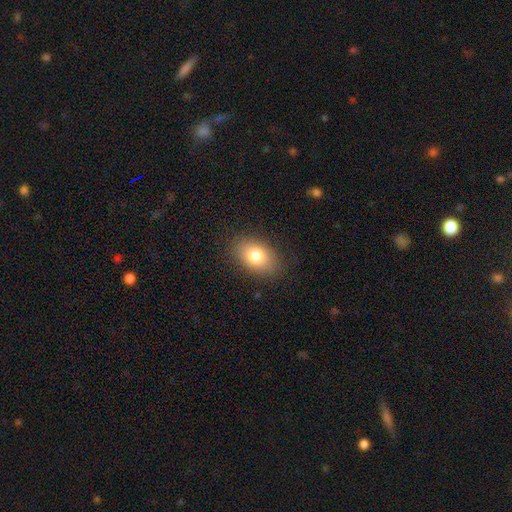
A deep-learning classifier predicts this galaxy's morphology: This appears to be a smooth galaxy with no disk features (79%) that is in between round and cigar-shaped (87%). Merging: none (85%).